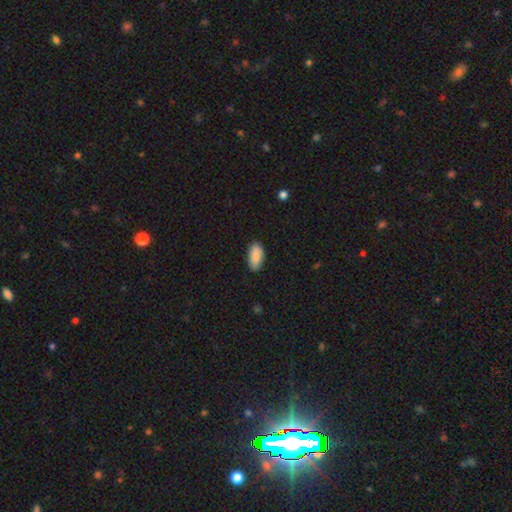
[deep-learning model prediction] This is clearly a smooth galaxy (89%). How rounded: clearly in between (92%). Merging: clearly none (86%).